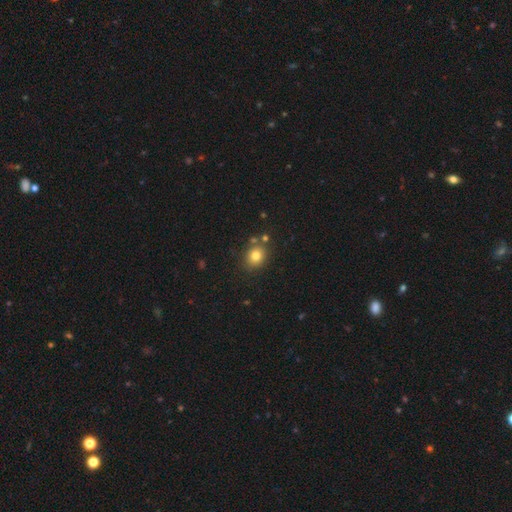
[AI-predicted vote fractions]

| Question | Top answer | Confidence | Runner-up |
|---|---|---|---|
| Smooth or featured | smooth | 79% | star or artifact (12%) |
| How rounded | round | 61% | in between (38%) |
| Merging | none | 76% | minor disturbance (11%) |